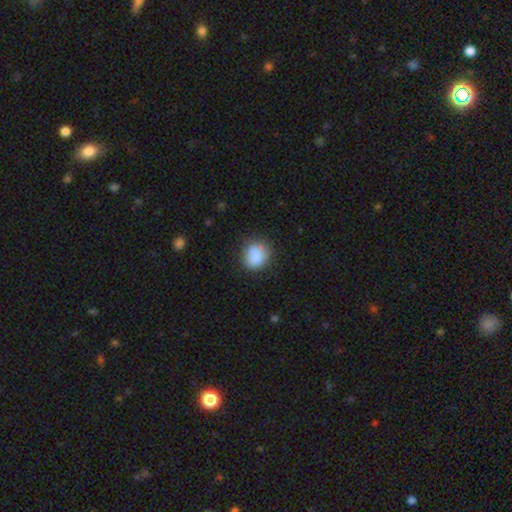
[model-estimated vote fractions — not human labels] A smooth galaxy with no disk features (86%) that is round (66%). Merging: none (78%).